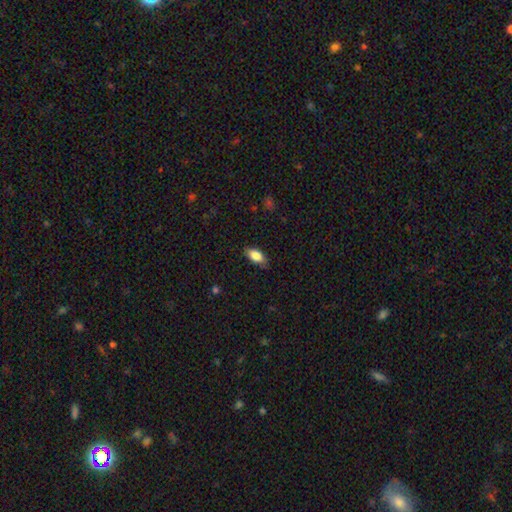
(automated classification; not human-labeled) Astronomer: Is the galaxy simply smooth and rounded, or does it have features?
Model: smooth — 83%.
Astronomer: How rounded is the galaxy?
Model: in between — 88%.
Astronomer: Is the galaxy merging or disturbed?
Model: none — 79%.